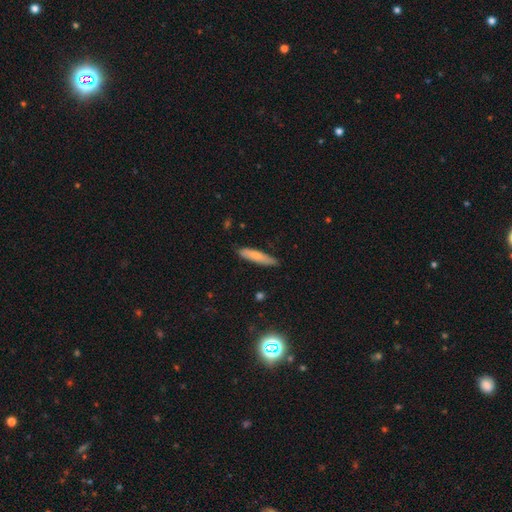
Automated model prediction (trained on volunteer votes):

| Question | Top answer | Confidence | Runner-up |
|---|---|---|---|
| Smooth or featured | smooth | 75% | featured or disk (19%) |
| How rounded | cigar-shaped | 83% | in between (16%) |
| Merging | none | 81% | minor disturbance (16%) |